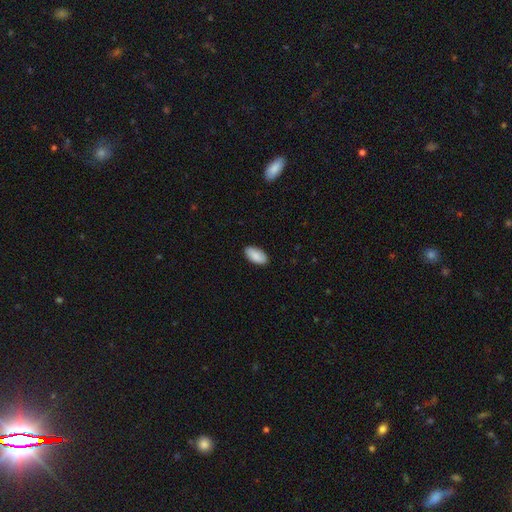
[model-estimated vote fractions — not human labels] smooth 89%, star or artifact 6%, featured or disk 6%. Down the decision tree: how rounded — in between (95%); merging — none (89%).